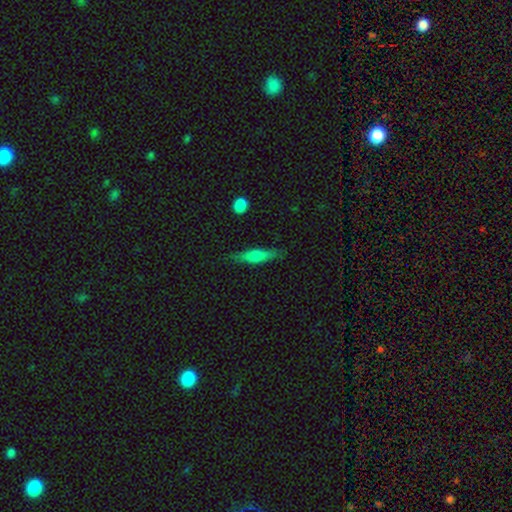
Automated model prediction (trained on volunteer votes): Smooth or featured: smooth — 60% (featured or disk — 33%)
How rounded: cigar-shaped — 73% (in between — 24%)
Merging: none — 80% (minor disturbance — 15%)